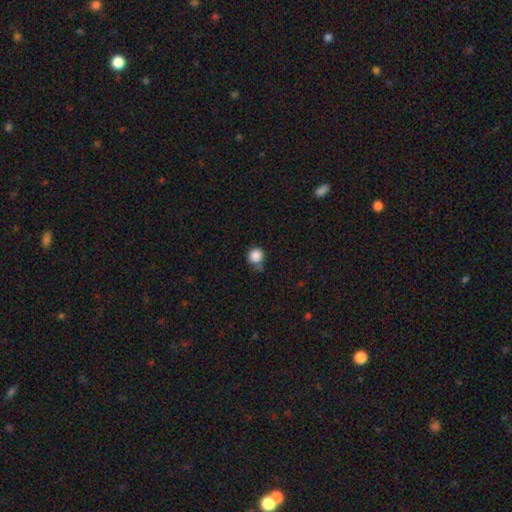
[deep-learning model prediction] A smooth galaxy with no disk features (86%) that is round (90%). Merging: none (57%).